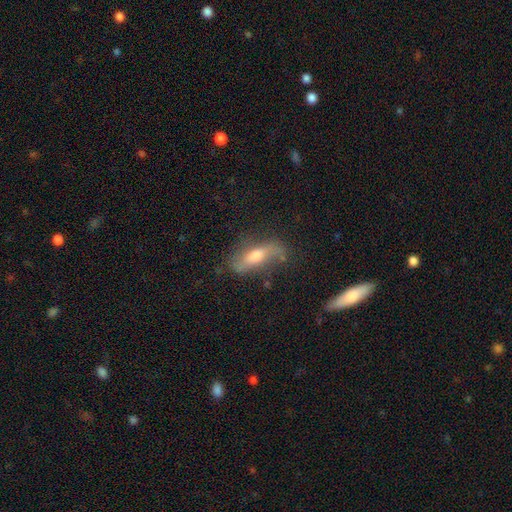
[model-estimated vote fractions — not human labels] The model was most divided on "smooth or featured": featured or disk: 54%, smooth: 37%, star or artifact: 9%. More confident: edge-on disk — no (65%); merging — none (61%).